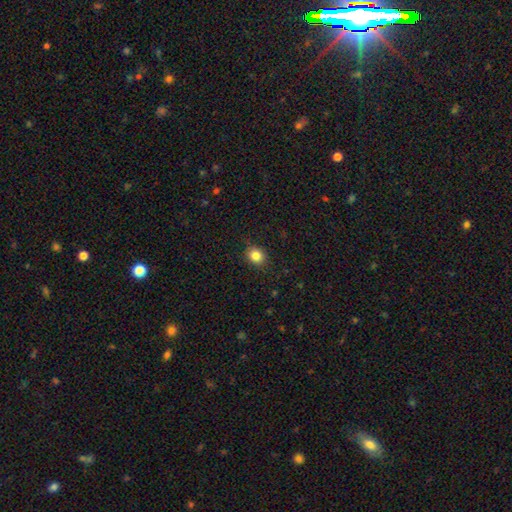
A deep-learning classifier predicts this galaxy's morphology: smooth 84%, star or artifact 11%, featured or disk 6%. Down the decision tree: how rounded — round (68%); merging — none (87%).